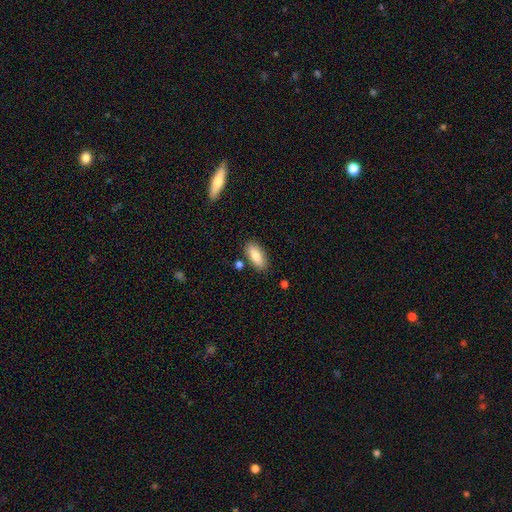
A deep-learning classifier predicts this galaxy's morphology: Q: Smooth or featured?
A: smooth (84%); runner-up: featured or disk (9%)
Q: How rounded?
A: in between (87%); runner-up: cigar-shaped (11%)
Q: Merging?
A: none (82%); runner-up: minor disturbance (12%)